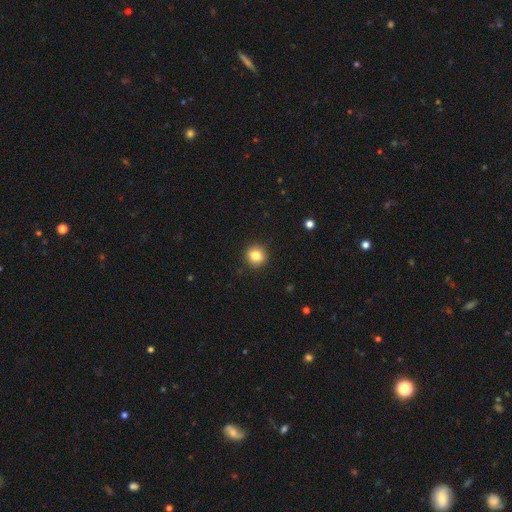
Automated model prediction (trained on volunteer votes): Smooth or featured? Predicted: smooth (p=0.84). How rounded? Predicted: round (p=0.88). Merging? Predicted: none (p=0.92).